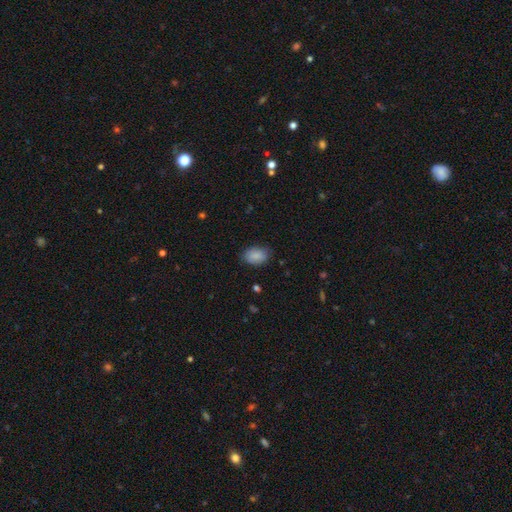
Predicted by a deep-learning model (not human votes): A smooth galaxy with no disk features (87%) that is in between round and cigar-shaped (87%). Merging: none (78%).